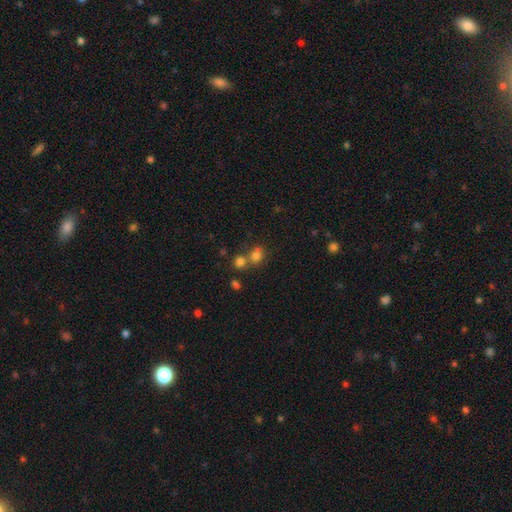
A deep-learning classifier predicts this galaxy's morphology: smooth_or_featured: smooth (p=0.76) [alt: star or artifact p=0.15]
how_rounded: round (p=0.67) [alt: in between p=0.32]
merging: none (p=0.46) [alt: merger p=0.40]